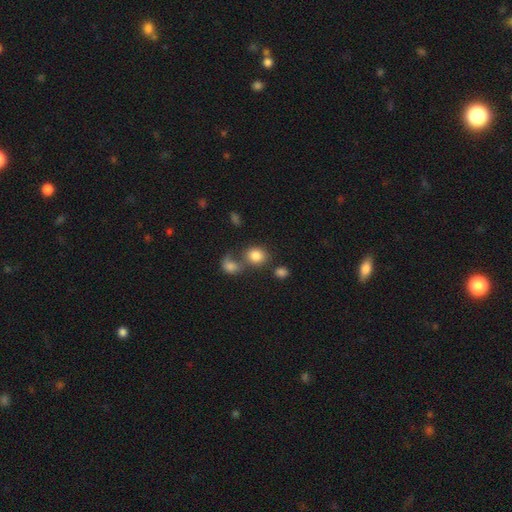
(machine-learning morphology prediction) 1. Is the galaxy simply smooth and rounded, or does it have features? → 83% smooth, 10% star or artifact, 7% featured or disk.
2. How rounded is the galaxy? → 69% round, 30% in between, 1% cigar-shaped.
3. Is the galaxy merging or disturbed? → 50% none, 34% merger, 10% minor disturbance, 6% major disturbance.